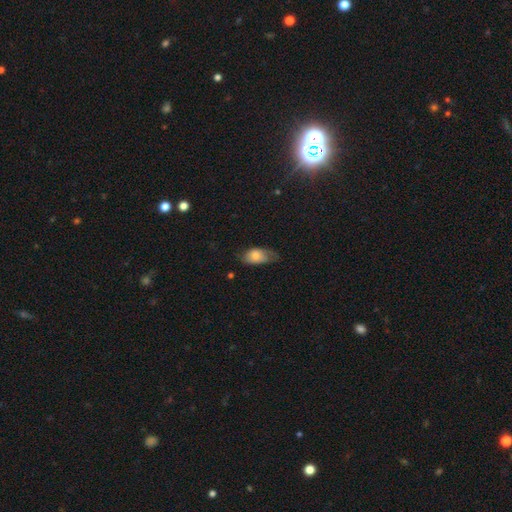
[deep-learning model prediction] Q: Smooth or featured?
A: smooth (71%); runner-up: featured or disk (21%)
Q: How rounded?
A: in between (90%); runner-up: round (7%)
Q: Merging?
A: none (45%); runner-up: minor disturbance (37%)